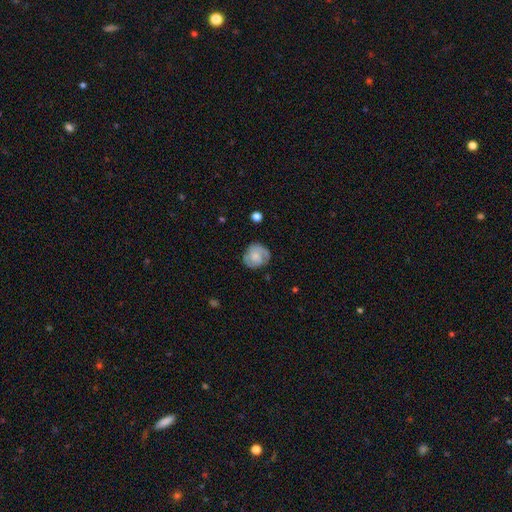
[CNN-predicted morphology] type=featured or disk (51%); edge-on=no (97%); merging=none (71%).